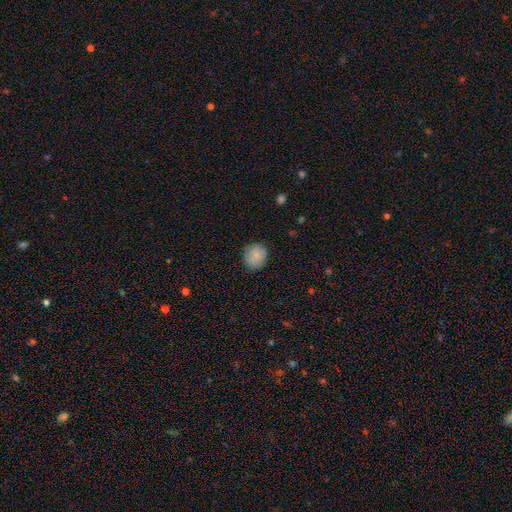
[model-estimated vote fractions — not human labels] This is clearly a smooth galaxy (85%). How rounded: clearly round (81%). Merging: clearly none (83%).